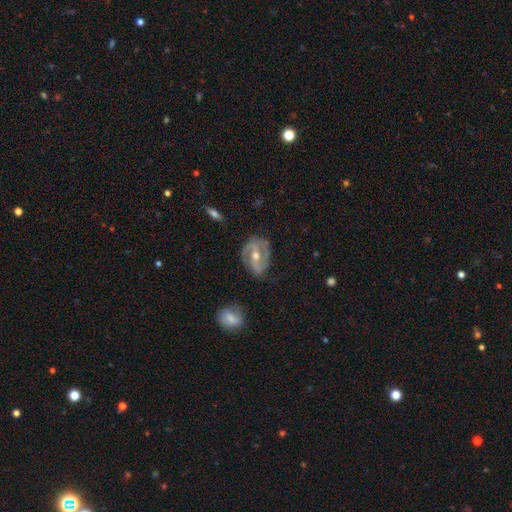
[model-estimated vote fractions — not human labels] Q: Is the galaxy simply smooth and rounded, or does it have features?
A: featured or disk — 83%.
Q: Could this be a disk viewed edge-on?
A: no — 95%.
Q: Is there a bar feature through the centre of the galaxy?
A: strong — 43%.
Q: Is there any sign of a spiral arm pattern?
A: yes — 88%.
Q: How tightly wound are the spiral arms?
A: medium — 45%.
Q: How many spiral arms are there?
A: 2 — 85%.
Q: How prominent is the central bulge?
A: moderate — 65%.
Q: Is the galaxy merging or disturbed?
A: none — 74%.